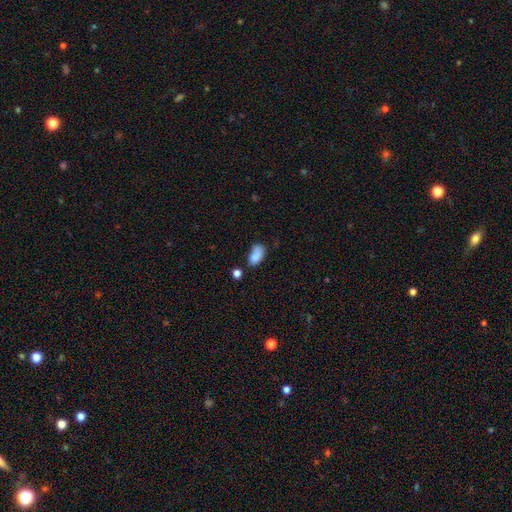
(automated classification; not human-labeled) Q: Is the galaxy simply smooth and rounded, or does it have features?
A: smooth — 81%.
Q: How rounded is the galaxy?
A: in between — 89%.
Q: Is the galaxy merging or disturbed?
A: none — 44%.